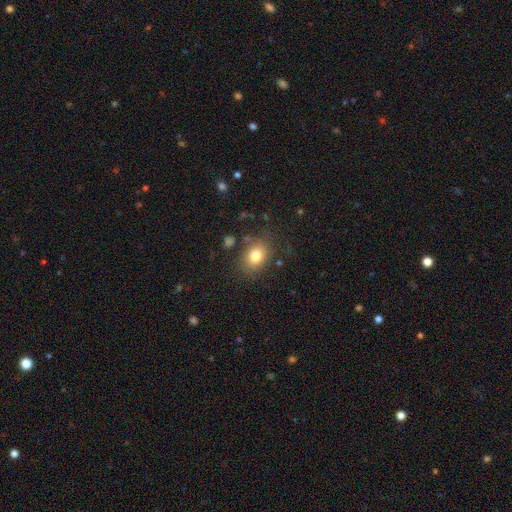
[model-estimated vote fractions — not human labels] Overall: smooth (79%). How rounded: in between (60%; round 39%). Merging: none (80%).